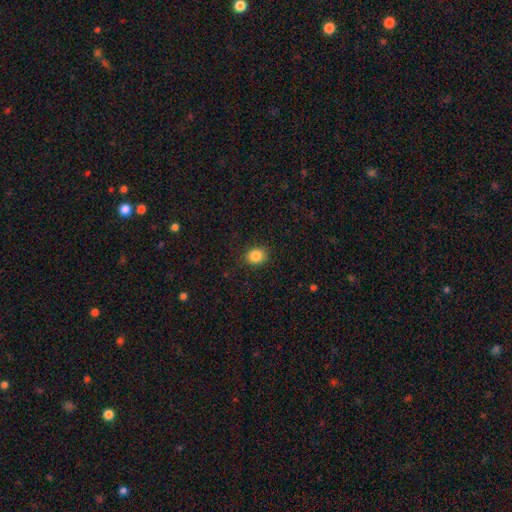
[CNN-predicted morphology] Smooth or featured: smooth — 86% (star or artifact — 10%)
How rounded: round — 61% (in between — 38%)
Merging: none — 88% (minor disturbance — 9%)